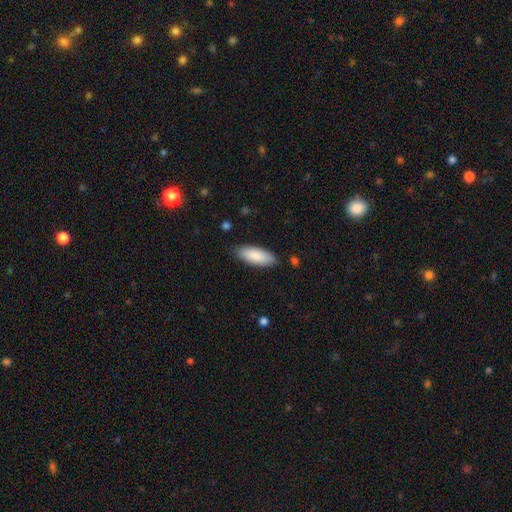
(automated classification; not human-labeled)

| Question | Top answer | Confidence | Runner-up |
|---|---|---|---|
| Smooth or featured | smooth | 88% | featured or disk (7%) |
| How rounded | in between | 76% | cigar-shaped (23%) |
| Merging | none | 85% | minor disturbance (11%) |